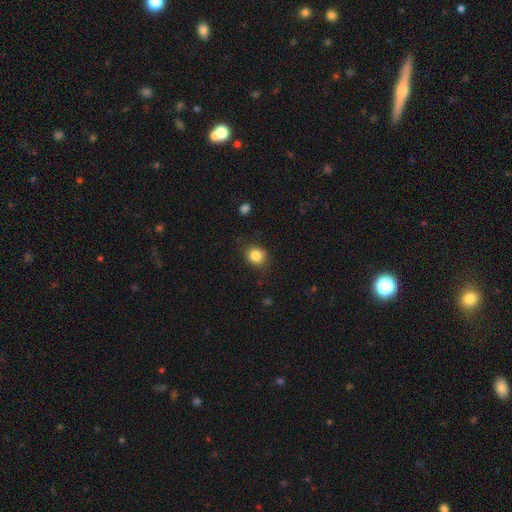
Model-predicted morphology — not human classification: This appears to be a smooth galaxy with no disk features (84%) that is round (75%). Merging: none (80%).